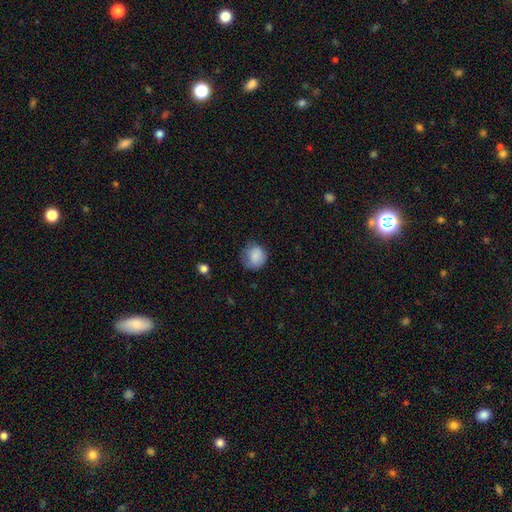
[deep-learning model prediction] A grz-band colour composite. It shows a smooth galaxy with no disk features (83%) that is round (84%). Merging: none (61%).